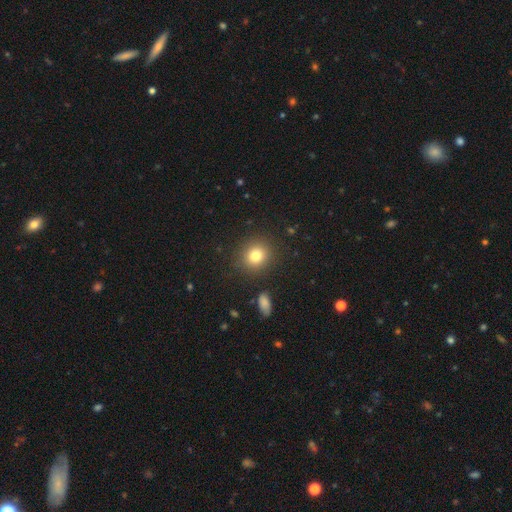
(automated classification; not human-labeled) Q: Smooth or featured?
A: smooth (80%); runner-up: star or artifact (12%)
Q: How rounded?
A: round (84%); runner-up: in between (15%)
Q: Merging?
A: none (88%); runner-up: minor disturbance (7%)